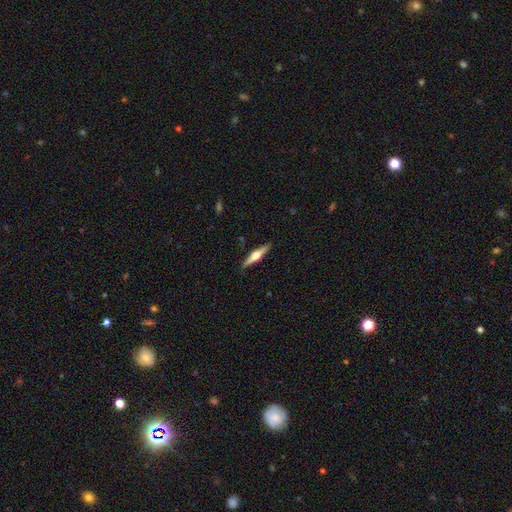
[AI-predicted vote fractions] Smooth or featured? featured or disk (68%)
Edge-on disk? yes (97%)
Edge-on bulge? rounded (95%)
Merging? none (91%)